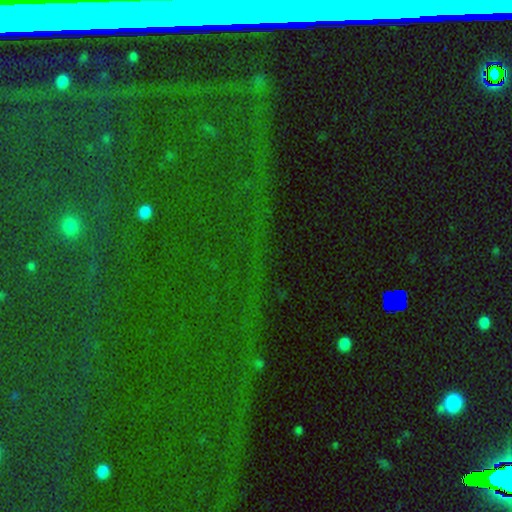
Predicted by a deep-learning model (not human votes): Q: Smooth or featured?
A: star or artifact (78%); runner-up: featured or disk (11%)